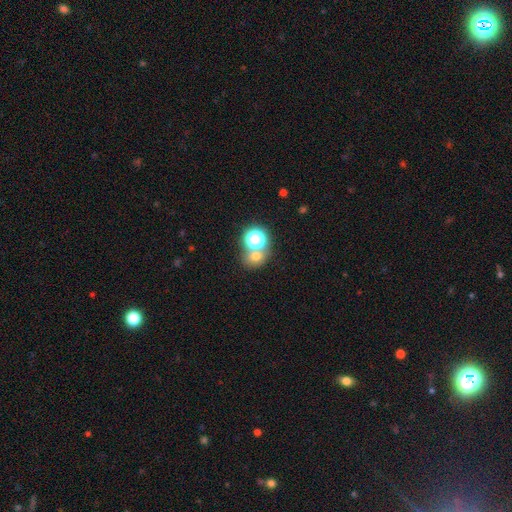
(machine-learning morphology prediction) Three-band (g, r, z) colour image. It shows a smooth galaxy with no disk features (63%) that is round (70%). Merging: none (55%).